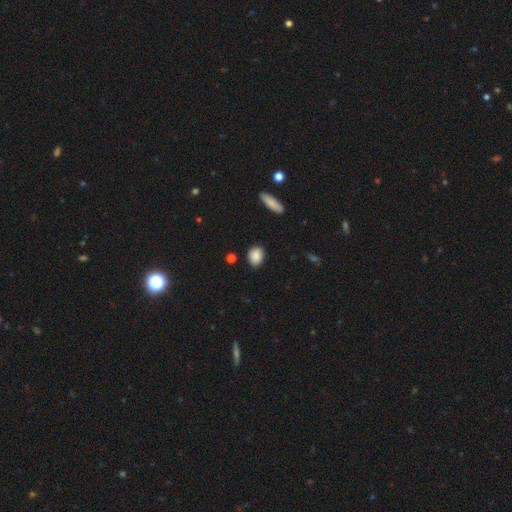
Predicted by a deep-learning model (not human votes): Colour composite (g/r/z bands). It shows a smooth galaxy with no disk features (87%) that is in between round and cigar-shaped (55%). Merging: none (82%).